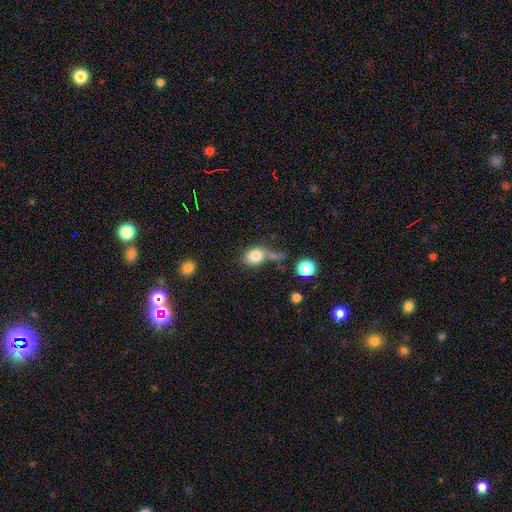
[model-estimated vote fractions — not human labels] Smooth or featured? Predicted: smooth (p=0.81). How rounded? Predicted: in between (p=0.65). Merging? Predicted: none (p=0.40).